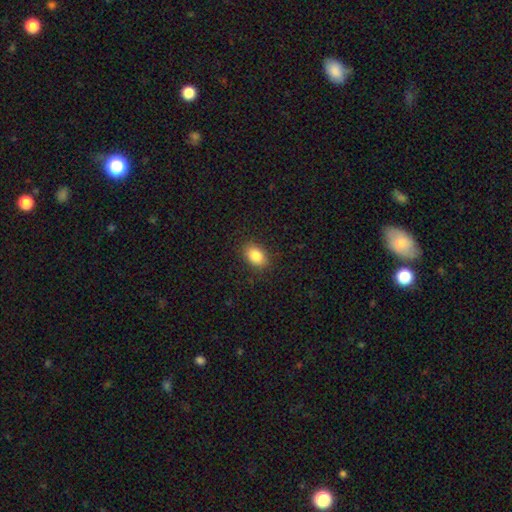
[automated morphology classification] This is clearly a smooth galaxy (85%). How rounded: clearly in between (83%). Merging: clearly none (87%).